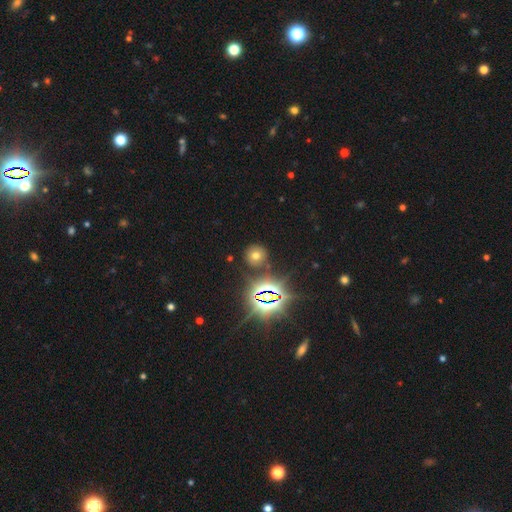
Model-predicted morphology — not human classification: The model was most divided on "smooth or featured": smooth: 55%, star or artifact: 32%, featured or disk: 12%. More confident: how rounded — round (91%); merging — none (85%).